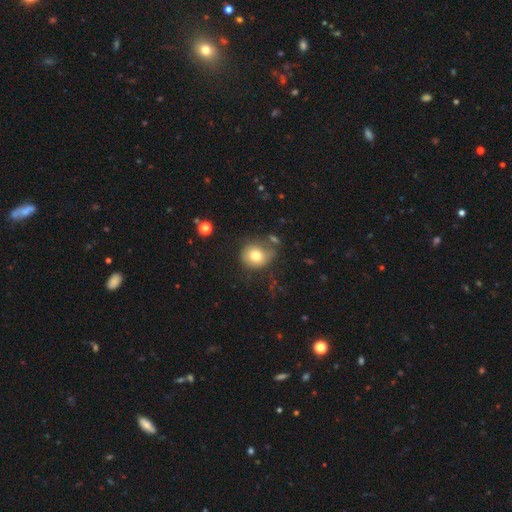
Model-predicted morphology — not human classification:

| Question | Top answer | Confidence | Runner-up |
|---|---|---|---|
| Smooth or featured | smooth | 77% | featured or disk (13%) |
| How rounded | round | 76% | in between (23%) |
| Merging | none | 60% | minor disturbance (22%) |